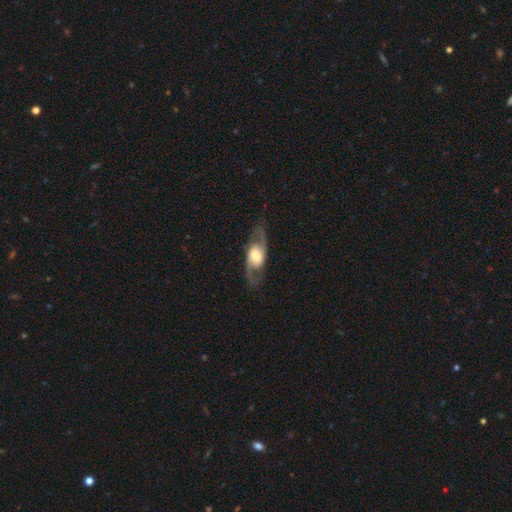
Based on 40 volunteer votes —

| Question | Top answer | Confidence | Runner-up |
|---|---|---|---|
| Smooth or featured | featured or disk | 88% | smooth (8%) |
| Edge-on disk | no | 89% | yes (11%) |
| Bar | no | 58% | weak (23%) |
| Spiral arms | yes | 87% | no (13%) |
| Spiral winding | tight | 44% | tied: medium (44%) |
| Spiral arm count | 2 | 93% | 1 (4%) |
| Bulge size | moderate | 52% | large (29%) |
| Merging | none | 97% | major disturbance (3%) |